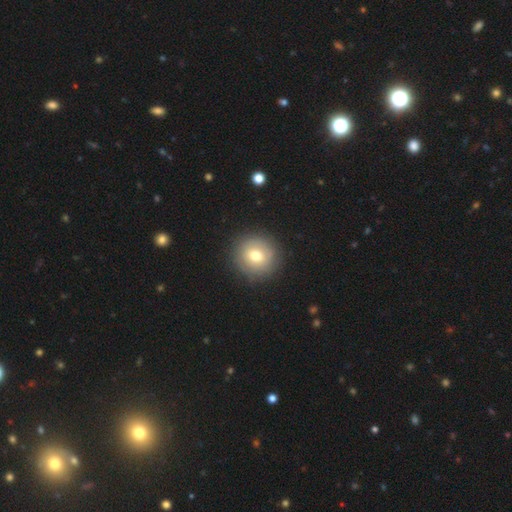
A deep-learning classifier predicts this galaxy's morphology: Smooth or featured? smooth (72%)
How rounded? round (93%)
Merging? none (88%)